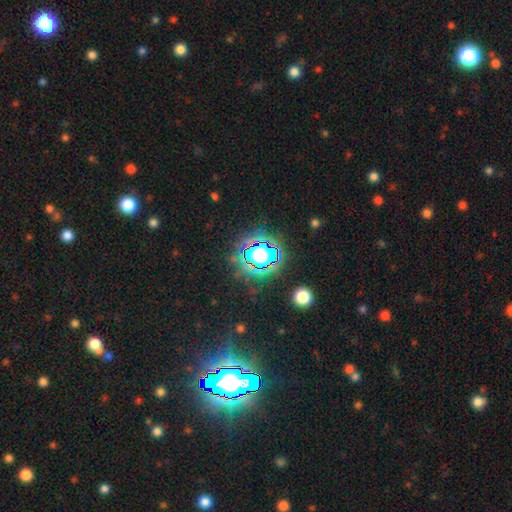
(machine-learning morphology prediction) Smooth or featured? star or artifact (72%)